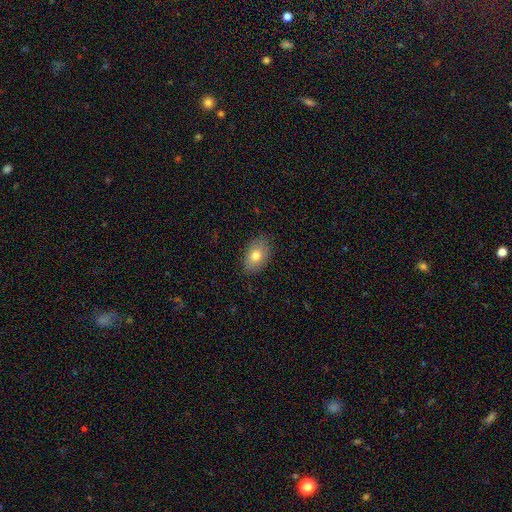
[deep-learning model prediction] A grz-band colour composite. It shows a smooth galaxy with no disk features (76%) that is in between round and cigar-shaped (88%). Merging: none (84%).